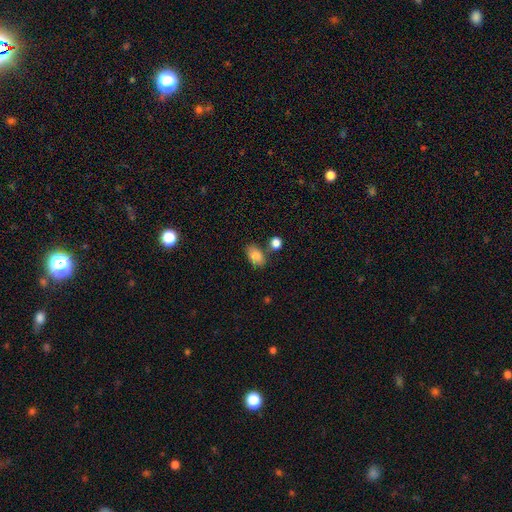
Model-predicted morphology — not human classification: smooth 84%, star or artifact 9%, featured or disk 8%. Down the decision tree: how rounded — in between (87%); merging — none (64%).